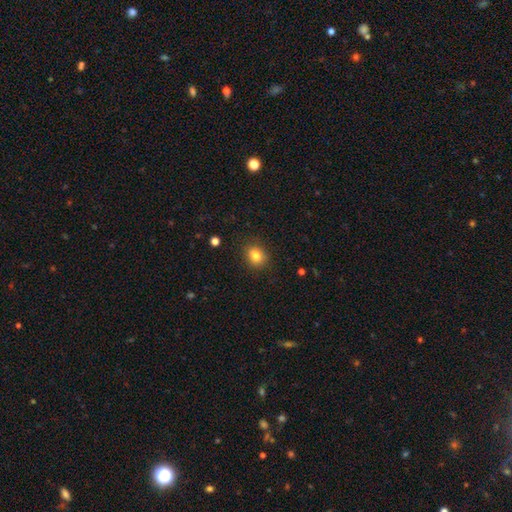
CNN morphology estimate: Smooth or featured: smooth — 82% (star or artifact — 11%)
How rounded: round — 62% (in between — 37%)
Merging: none — 85% (minor disturbance — 11%)